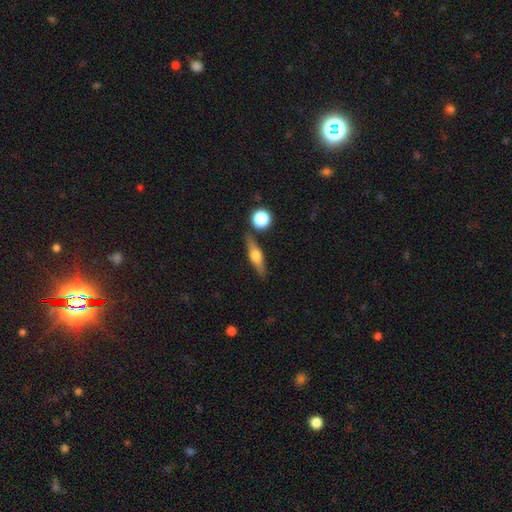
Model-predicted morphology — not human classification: The model was most divided on "smooth or featured": featured or disk: 51%, smooth: 42%, star or artifact: 7%. More confident: edge-on disk — yes (91%); merging — none (82%).